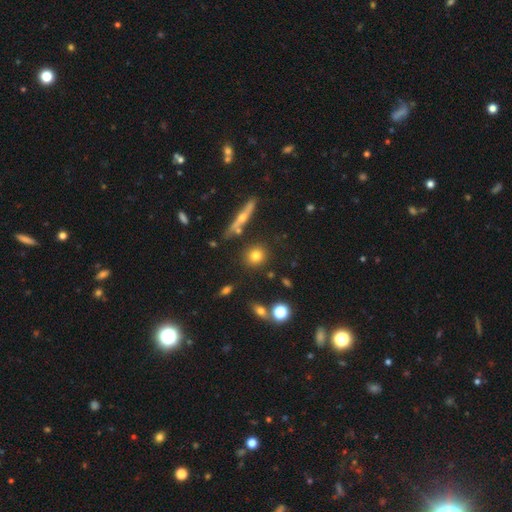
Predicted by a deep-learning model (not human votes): Smooth or featured: smooth — 76% (featured or disk — 13%)
How rounded: round — 83% (in between — 14%)
Merging: none — 82% (minor disturbance — 9%)